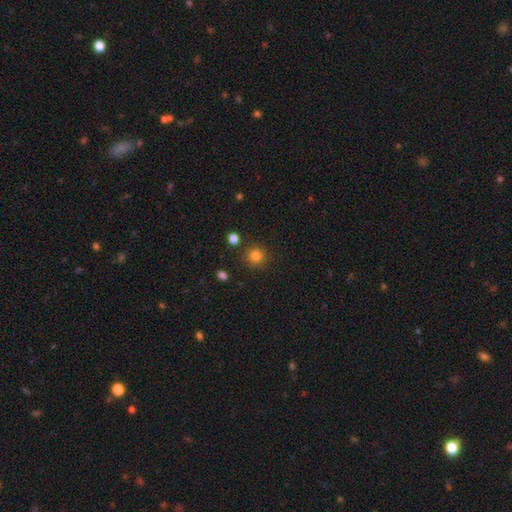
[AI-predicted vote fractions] smooth 82%, star or artifact 13%, featured or disk 5%. Down the decision tree: how rounded — round (91%); merging — none (86%).